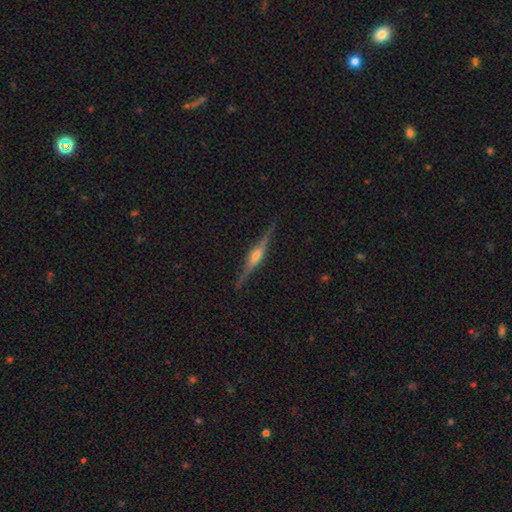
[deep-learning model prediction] Smooth or featured?
  - featured or disk: 80% *
  - smooth: 13%
  - star or artifact: 6%
Edge-on disk?
  - yes: 98% *
  - no: 2%
Edge-on bulge?
  - rounded: 80% *
  - boxy: 15%
  - none: 6%
Merging?
  - none: 88% *
  - minor disturbance: 9%
  - major disturbance: 2%
  - merger: 1%